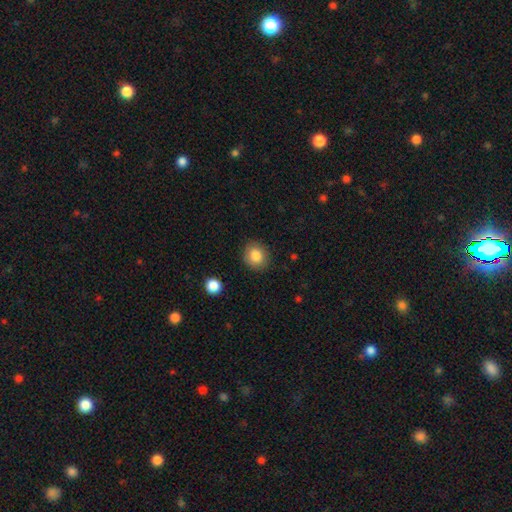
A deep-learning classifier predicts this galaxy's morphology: smooth-or-featured: smooth: 84% | star or artifact: 9% | featured or disk: 7%
  how-rounded: round: 77% | in between: 22% | cigar-shaped: 1%
  merging: none: 88% | minor disturbance: 8% | major disturbance: 2% | merger: 1%